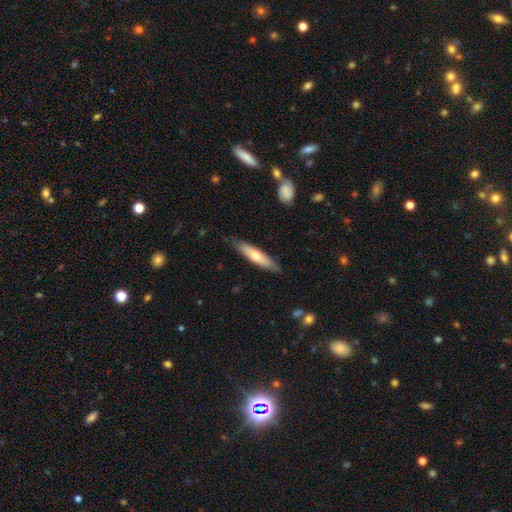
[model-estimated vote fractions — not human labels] Overall: smooth (58%; featured or disk 37%). How rounded: cigar-shaped (80%). Merging: none (84%).